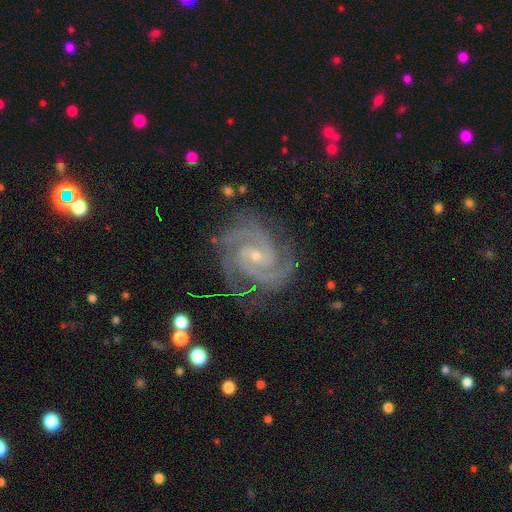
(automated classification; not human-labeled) This is clearly a featured or disk galaxy (93%). It is clearly not viewed edge-on (98%). Bar: possibly no (46%). Spiral arm pattern: clearly yes (99%). Spiral arm count: likely 2 (67%). Spiral winding: likely tight (62%). Central bulge: likely small (76%). Merging: likely none (78%).